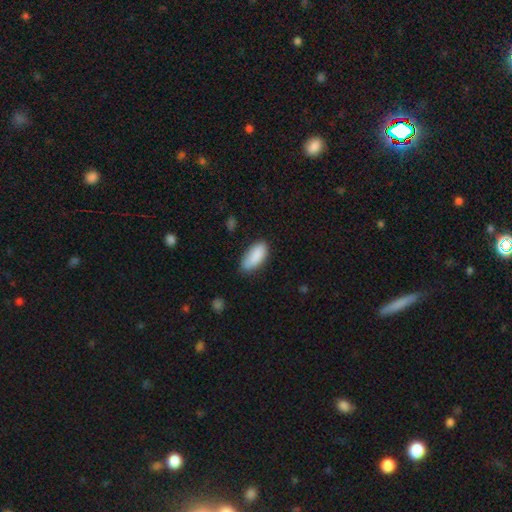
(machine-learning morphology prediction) Overall: smooth (88%). How rounded: in between (88%). Merging: none (71%).